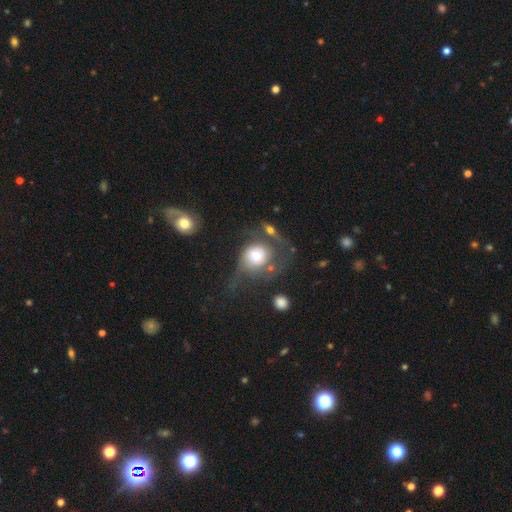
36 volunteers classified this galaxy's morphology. This is possibly a featured or disk galaxy (53%). It is clearly not viewed edge-on (95%). Bar: clearly no (89%). Spiral arm pattern: possibly yes (56%). Spiral arm count: marginally 1 (30%, tied with 2 and can't tell). Spiral winding: likely loose (70%). Central bulge: likely moderate (72%). Merging: possibly major disturbance (50%).